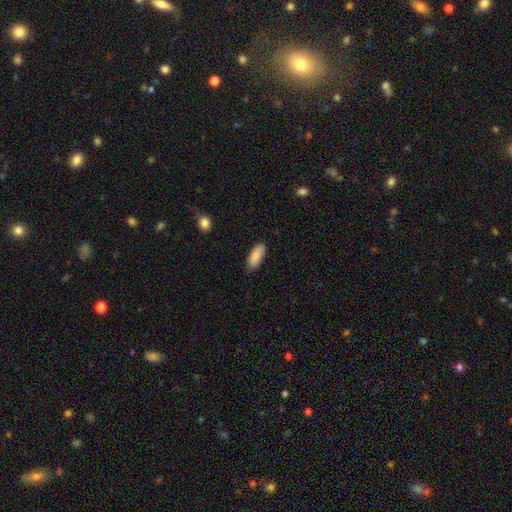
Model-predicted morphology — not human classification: smooth_or_featured: smooth (p=0.88) [alt: star or artifact p=0.06]
how_rounded: in between (p=0.81) [alt: cigar-shaped p=0.18]
merging: none (p=0.86) [alt: minor disturbance p=0.11]